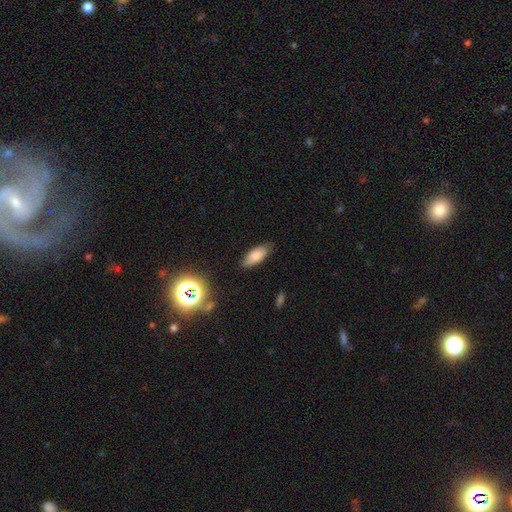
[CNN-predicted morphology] Smooth or featured? smooth (79%)
How rounded? in between (83%)
Merging? none (79%)